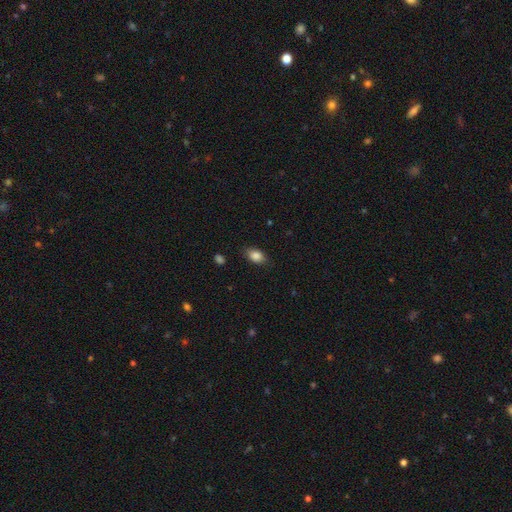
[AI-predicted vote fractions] Overall: smooth (86%). How rounded: in between (84%). Merging: none (82%).